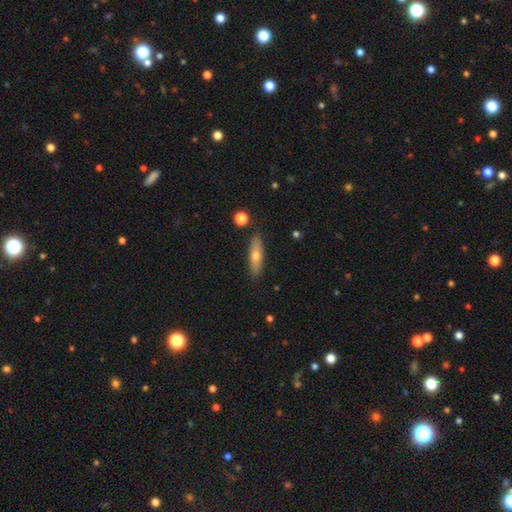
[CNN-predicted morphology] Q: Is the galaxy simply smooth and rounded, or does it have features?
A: smooth — 61%.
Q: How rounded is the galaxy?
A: cigar-shaped — 62%.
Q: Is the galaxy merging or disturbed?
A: none — 87%.